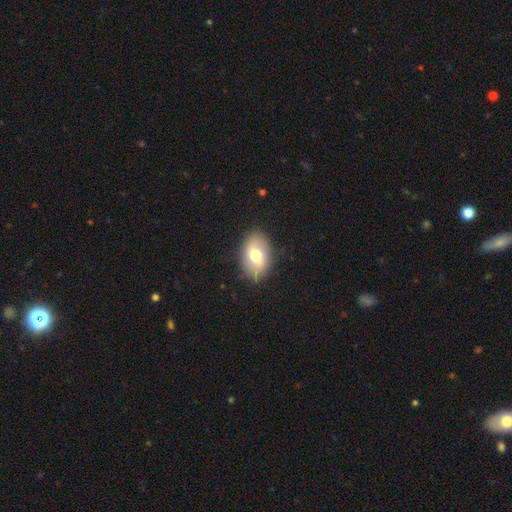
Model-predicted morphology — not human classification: This appears to be a smooth galaxy with no disk features (68%) that is in between round and cigar-shaped (87%). Merging: none (86%).